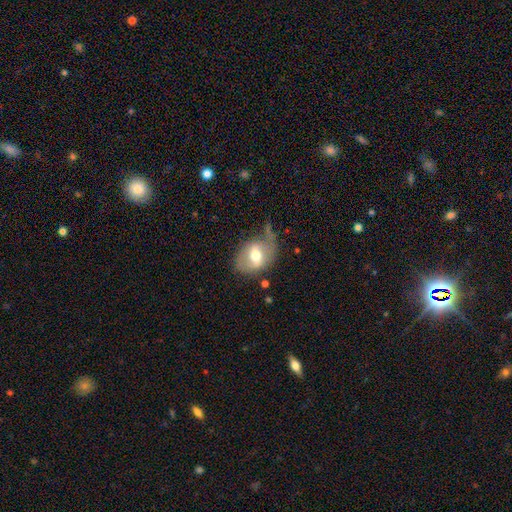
Volunteers were most divided on "smooth or featured" (2-way tie): smooth: 46%, featured or disk: 46%, star or artifact: 8%. Remaining: how rounded — in between (72%); merging — major disturbance (39%).